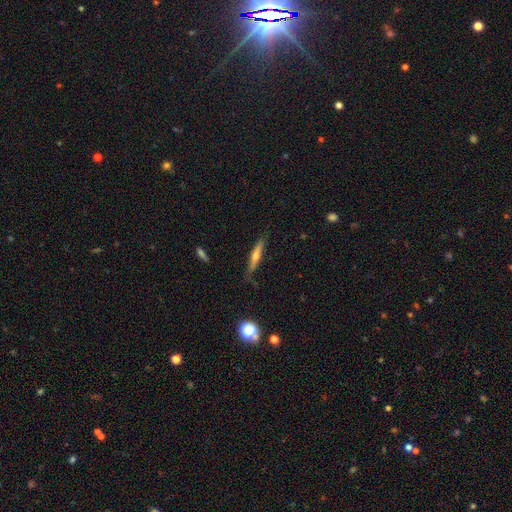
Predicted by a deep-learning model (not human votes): A featured or disk galaxy (53%) viewed edge-on (94%). Merging: none (81%).